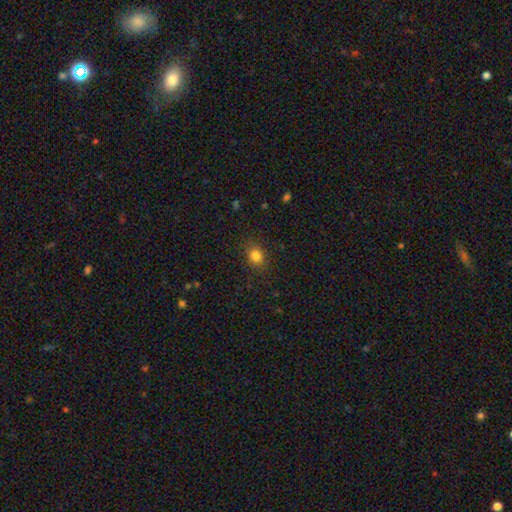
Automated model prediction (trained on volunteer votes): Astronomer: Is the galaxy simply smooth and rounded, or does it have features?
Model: smooth — 82%.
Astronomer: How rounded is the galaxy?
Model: round — 53% (runner-up: in between, 46%).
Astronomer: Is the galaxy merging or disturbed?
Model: none — 85%.